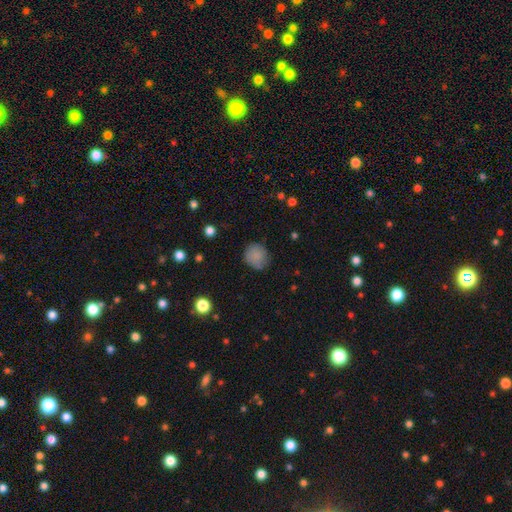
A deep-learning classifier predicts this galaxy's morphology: The model was most divided on "merging": none: 73%, minor disturbance: 21%, major disturbance: 5%, merger: 1%. More confident: how rounded — round (86%); smooth or featured — smooth (84%).